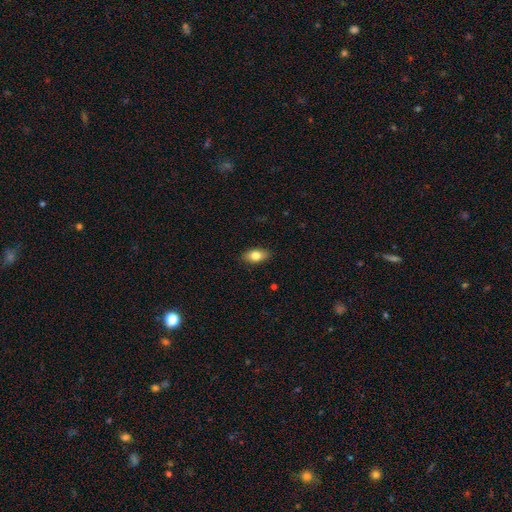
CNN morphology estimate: smooth 80%, featured or disk 13%, star or artifact 7%. Down the decision tree: how rounded — in between (88%); merging — none (87%).